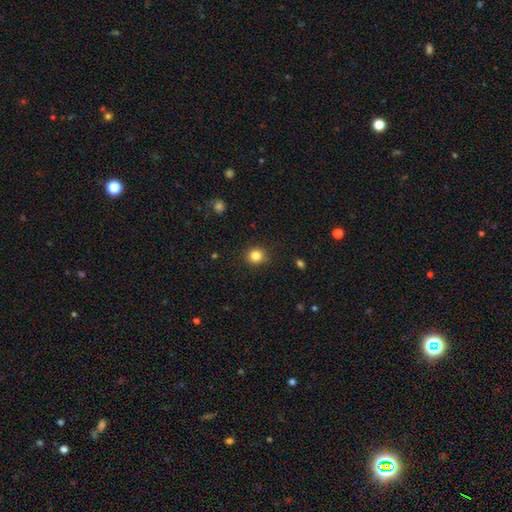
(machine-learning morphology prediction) Smooth or featured? smooth (83%)
How rounded? round (85%)
Merging? none (89%)